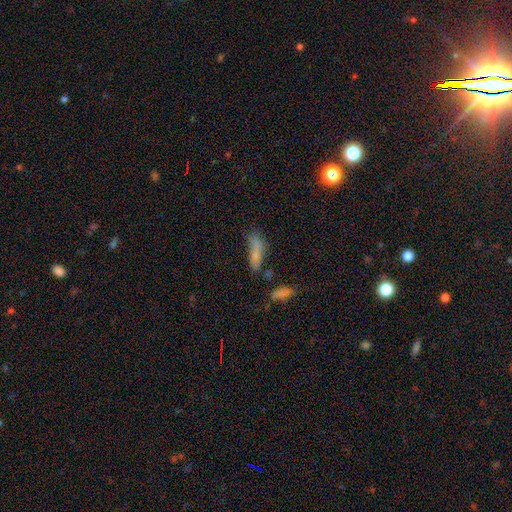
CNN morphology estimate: Overall: smooth (72%). How rounded: cigar-shaped (59%; in between 38%). Merging: none (48%; minor disturbance 25%).